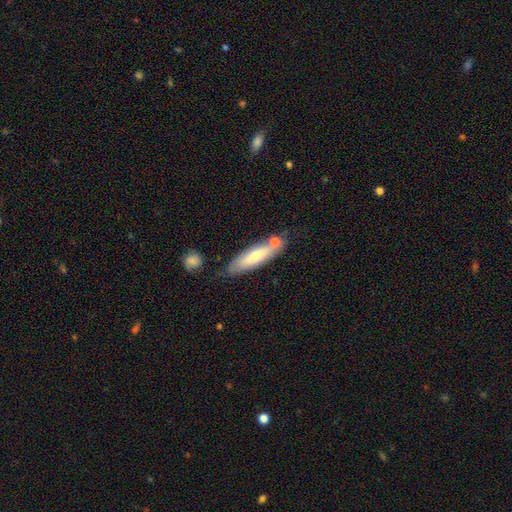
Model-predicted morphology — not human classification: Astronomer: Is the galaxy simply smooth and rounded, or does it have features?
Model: smooth — 58%.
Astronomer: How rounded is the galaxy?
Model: cigar-shaped — 75%.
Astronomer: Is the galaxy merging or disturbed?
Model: none — 72%.